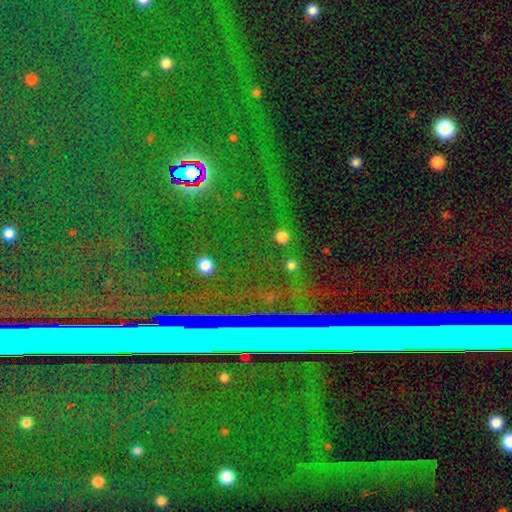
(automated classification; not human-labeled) Smooth or featured: star or artifact — 79% (featured or disk — 12%)